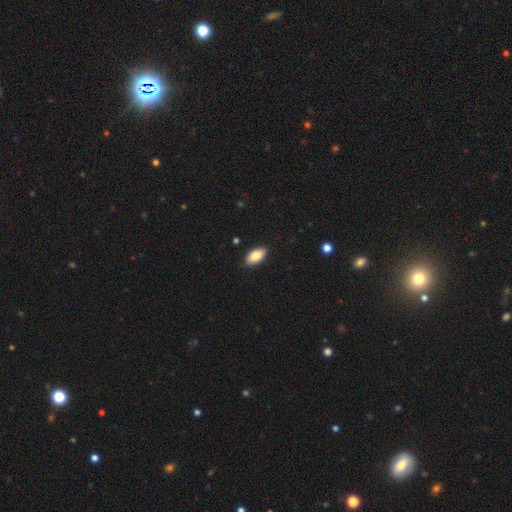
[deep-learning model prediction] The model was most divided on "smooth or featured": smooth: 87%, featured or disk: 7%, star or artifact: 6%. More confident: how rounded — in between (94%); merging — none (89%).